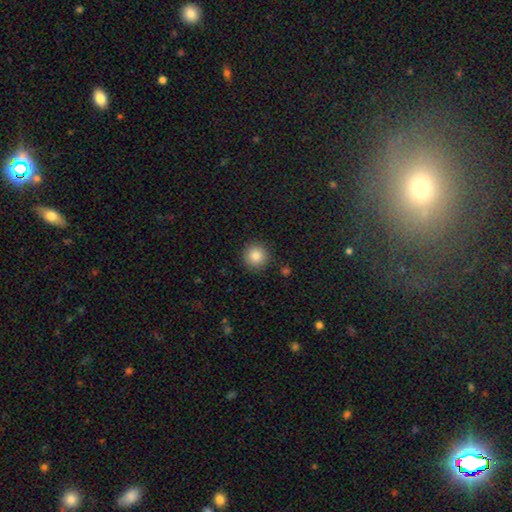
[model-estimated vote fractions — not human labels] Overall: smooth (85%). How rounded: round (94%). Merging: none (90%).